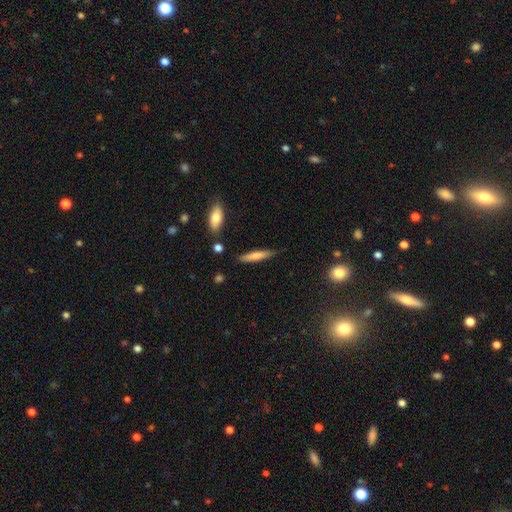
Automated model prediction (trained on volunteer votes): smooth 71%, featured or disk 23%, star or artifact 6%. Down the decision tree: how rounded — cigar-shaped (86%); merging — none (82%).